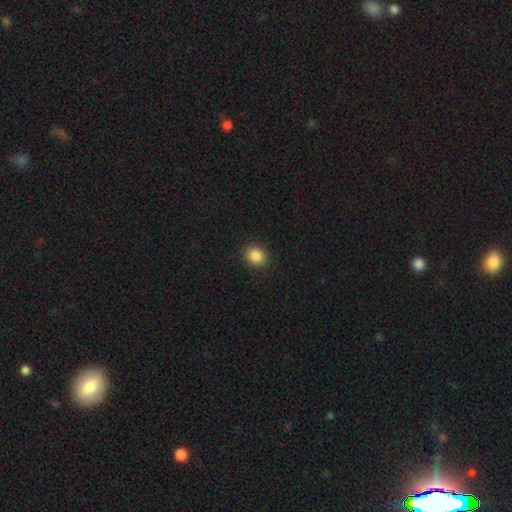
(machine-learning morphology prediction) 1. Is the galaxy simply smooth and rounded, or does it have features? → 87% smooth, 10% star or artifact, 3% featured or disk.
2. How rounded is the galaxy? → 67% round, 32% in between, 1% cigar-shaped.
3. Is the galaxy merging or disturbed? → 90% none, 7% minor disturbance, 2% major disturbance, 1% merger.